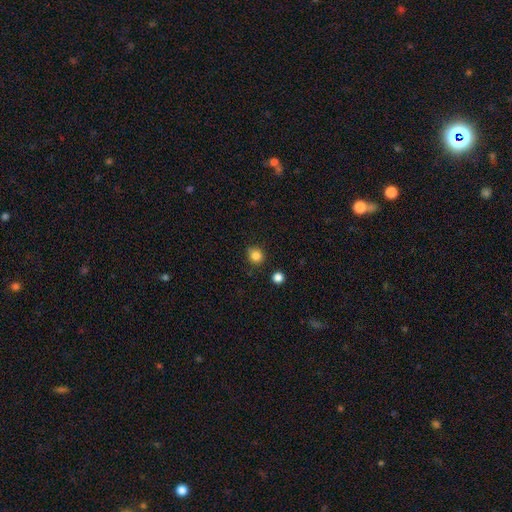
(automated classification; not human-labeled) smooth_or_featured: smooth (p=0.84) [alt: star or artifact p=0.12]
how_rounded: round (p=0.86) [alt: in between p=0.14]
merging: none (p=0.83) [alt: minor disturbance p=0.11]